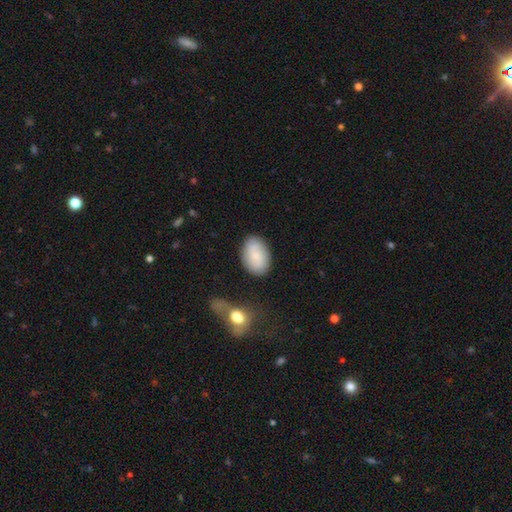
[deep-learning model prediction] This is likely a smooth galaxy (68%). How rounded: clearly in between (87%). Merging: clearly none (80%).